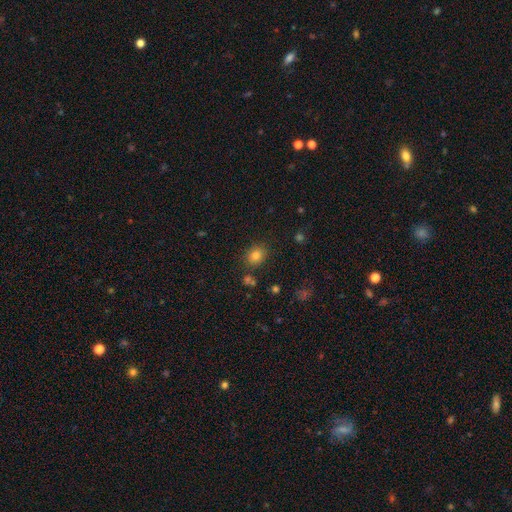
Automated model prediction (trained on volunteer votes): Smooth or featured? smooth (79%)
How rounded? round (54%)
Merging? none (82%)